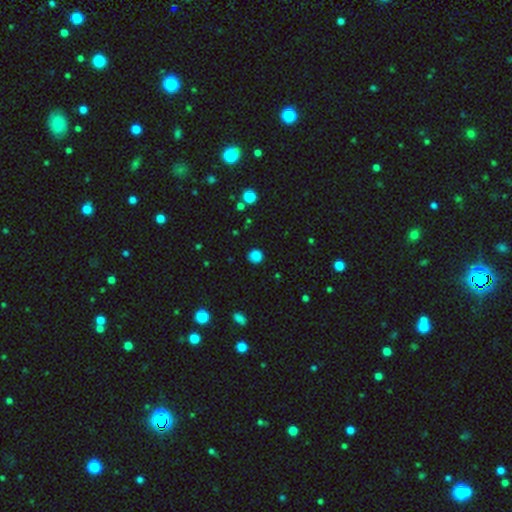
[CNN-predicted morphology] The model was most divided on "smooth or featured": smooth: 84%, star or artifact: 13%, featured or disk: 3%. More confident: how rounded — round (90%); merging — none (88%).